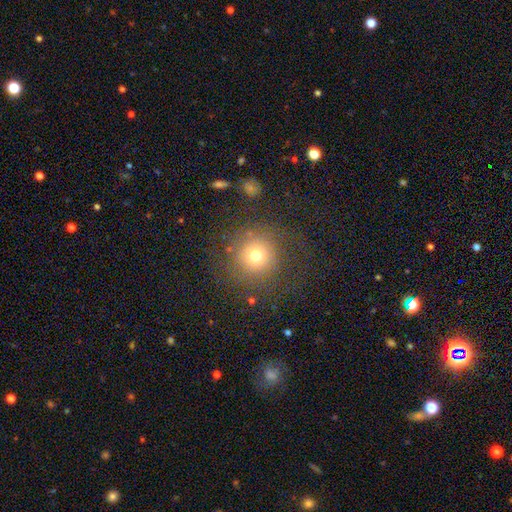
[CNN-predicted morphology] This is likely a smooth galaxy (71%). How rounded: clearly round (94%). Merging: likely none (78%).